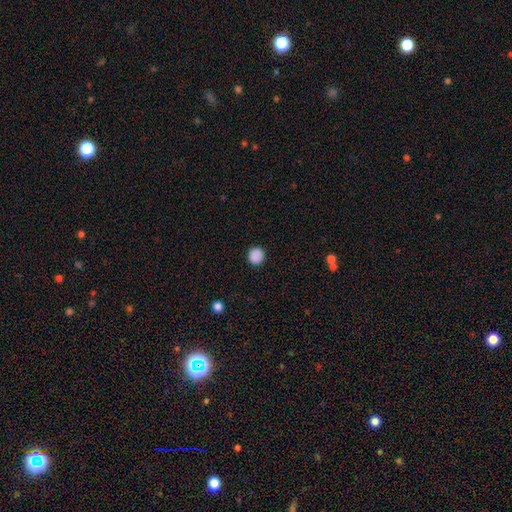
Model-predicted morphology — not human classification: smooth-or-featured: smooth: 88% | star or artifact: 9% | featured or disk: 3%
  how-rounded: round: 89% | in between: 10% | cigar-shaped: 1%
  merging: none: 90% | minor disturbance: 7% | major disturbance: 2% | merger: 1%